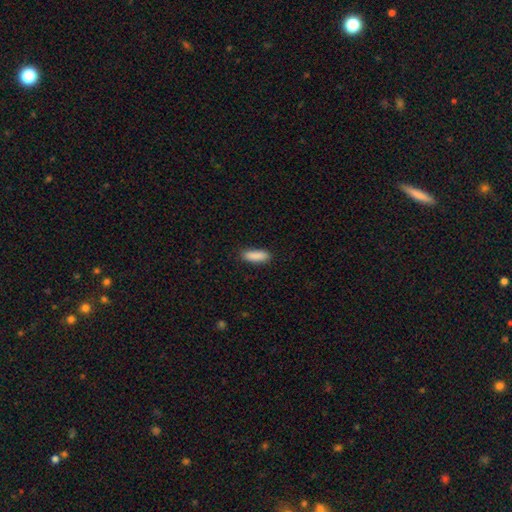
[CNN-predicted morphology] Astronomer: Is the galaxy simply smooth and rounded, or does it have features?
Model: smooth — 90%.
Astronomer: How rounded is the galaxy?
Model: in between — 53% (runner-up: cigar-shaped, 45%).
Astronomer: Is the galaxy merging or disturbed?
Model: none — 87%.